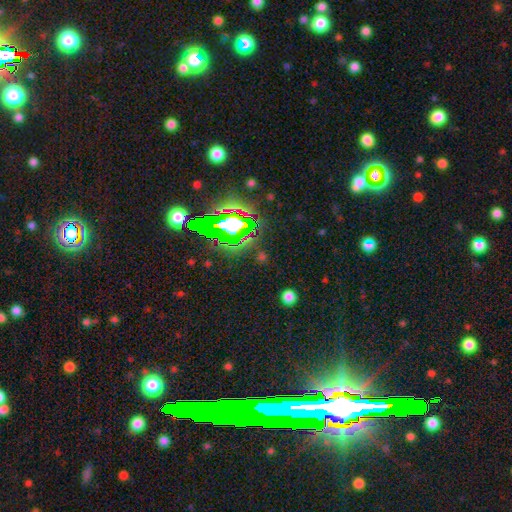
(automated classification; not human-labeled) Q: Smooth or featured?
A: star or artifact (79%); runner-up: featured or disk (11%)